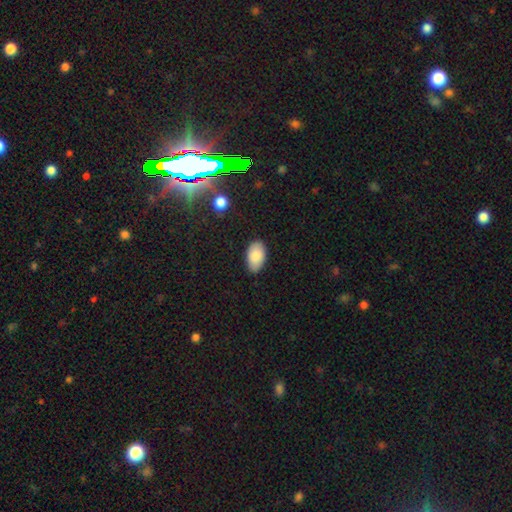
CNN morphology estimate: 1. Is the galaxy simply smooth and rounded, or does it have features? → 85% smooth, 8% featured or disk, 7% star or artifact.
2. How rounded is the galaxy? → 94% in between, 4% round, 1% cigar-shaped.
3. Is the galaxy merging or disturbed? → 83% none, 13% minor disturbance, 2% major disturbance, 1% merger.